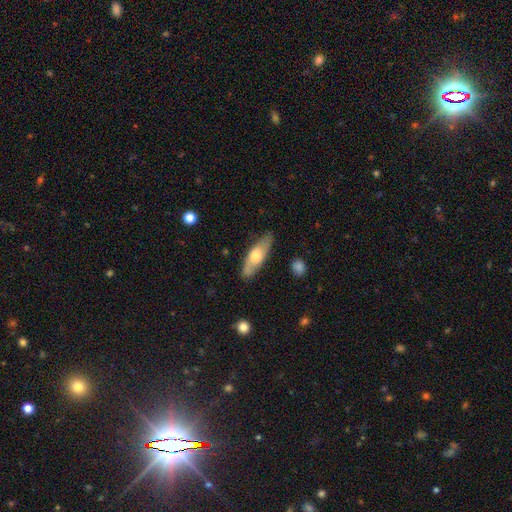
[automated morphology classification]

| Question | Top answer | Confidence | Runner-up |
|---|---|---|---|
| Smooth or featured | smooth | 56% | featured or disk (39%) |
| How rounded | in between | 53% | cigar-shaped (45%) |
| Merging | none | 80% | minor disturbance (16%) |